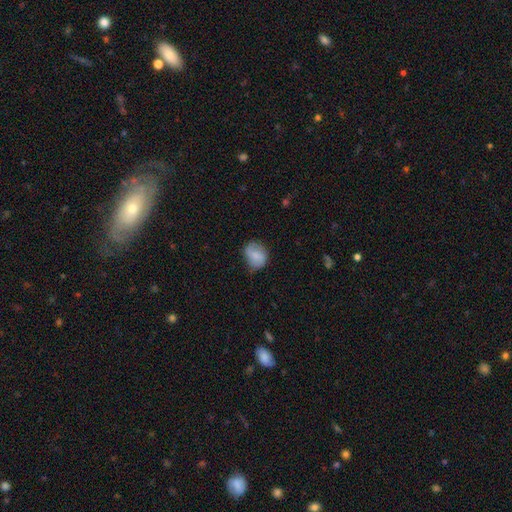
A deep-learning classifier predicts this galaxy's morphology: A smooth galaxy with no disk features (63%) that is round (59%).

Vote fractions:
- Smooth or featured? smooth: 63% / featured or disk: 29% / star or artifact: 8%
- How rounded? round: 59% / in between: 40% / cigar-shaped: 1%
- Merging? none: 62% / minor disturbance: 29% / major disturbance: 8% / merger: 2%